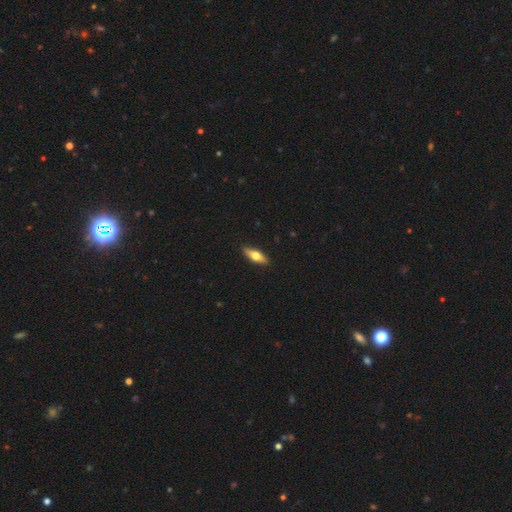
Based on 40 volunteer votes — Smooth or featured?
  - smooth: 57% *
  - featured or disk: 38%
  - star or artifact: 5%
How rounded?
  - in between: 48% * (tied)
  - cigar-shaped: 48% * (tied)
  - round: 4%
Merging?
  - none: 89% *
  - major disturbance: 5%
  - minor disturbance: 3%
  - merger: 3%